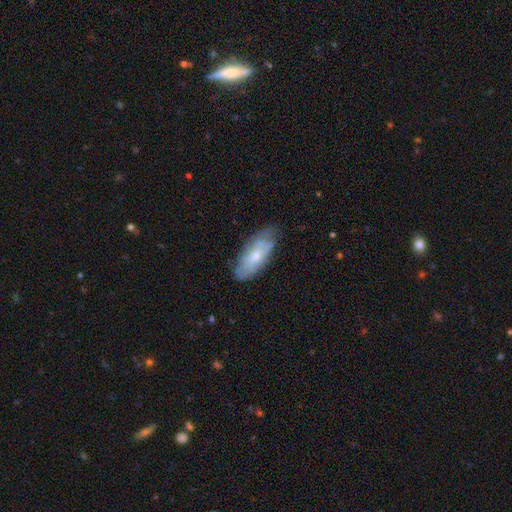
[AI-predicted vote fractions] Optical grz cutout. It shows a smooth galaxy with no disk features (57%) that is in between round and cigar-shaped (76%). Merging: none (67%).